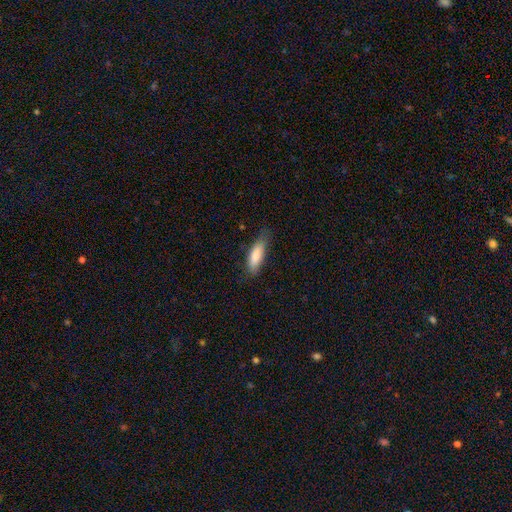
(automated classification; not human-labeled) The model was most divided on "how rounded": in between: 53%, cigar-shaped: 46%, round: 2%. More confident: smooth or featured — smooth (83%); merging — none (64%).